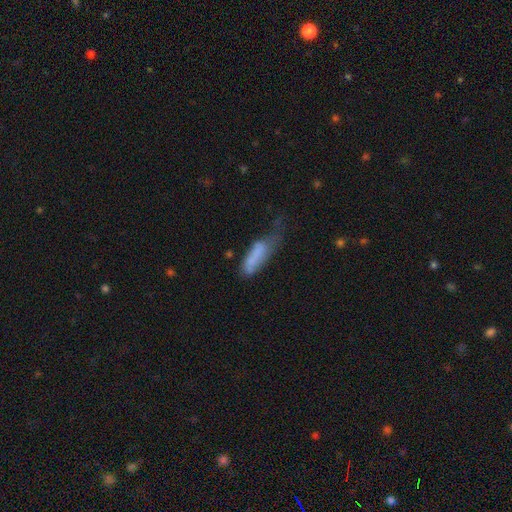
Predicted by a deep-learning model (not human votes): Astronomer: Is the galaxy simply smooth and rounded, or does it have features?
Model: smooth — 71%.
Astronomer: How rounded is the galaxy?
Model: cigar-shaped — 53% (runner-up: in between, 45%).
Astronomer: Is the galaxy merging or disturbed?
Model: major disturbance — 37% (runner-up: minor disturbance, 34%).